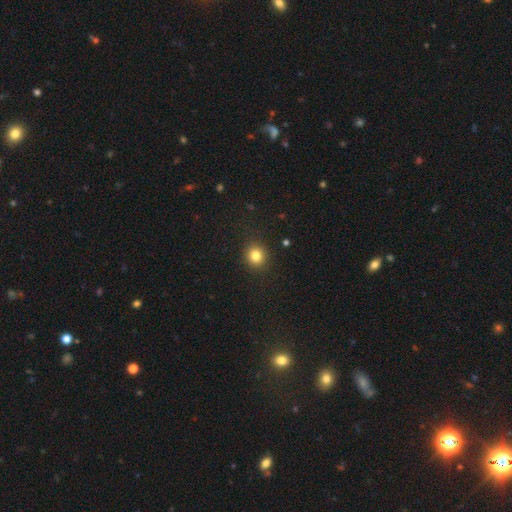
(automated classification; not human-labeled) A smooth galaxy with no disk features (82%) that is round (85%). Merging: none (90%).